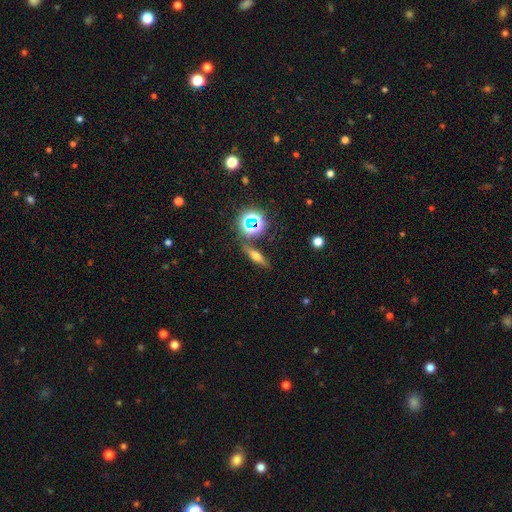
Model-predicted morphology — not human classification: This is marginally a featured or disk galaxy (42%). Merging: clearly none (83%).